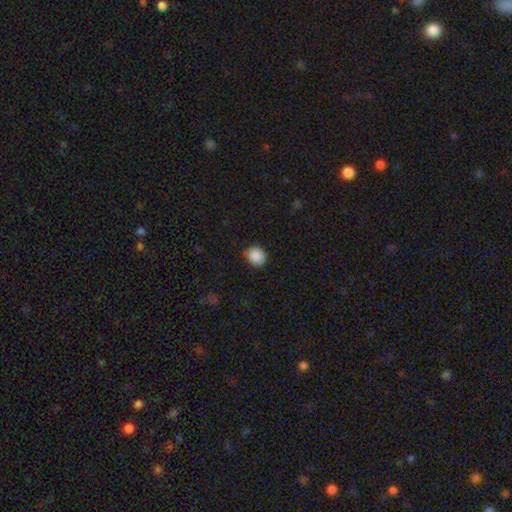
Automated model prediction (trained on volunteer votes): Smooth or featured? smooth (89%)
How rounded? round (65%)
Merging? none (85%)